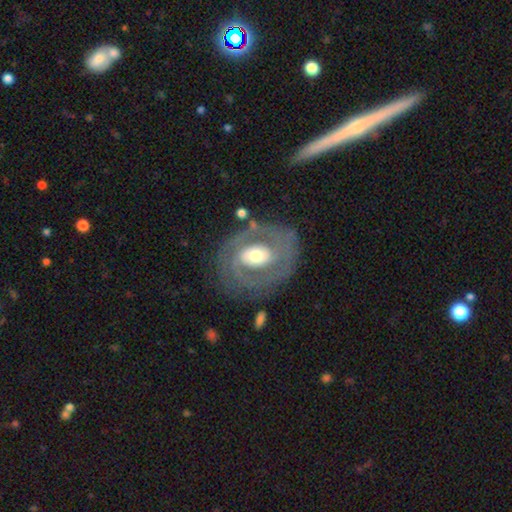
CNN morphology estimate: featured or disk 77%, smooth 17%, star or artifact 5%. Down the decision tree: edge-on disk — no (96%); bar — no (51%); spiral arms — yes (70%); spiral arm count — 2 (59%); spiral winding — tight (58%); bulge size — moderate (58%); merging — none (73%).